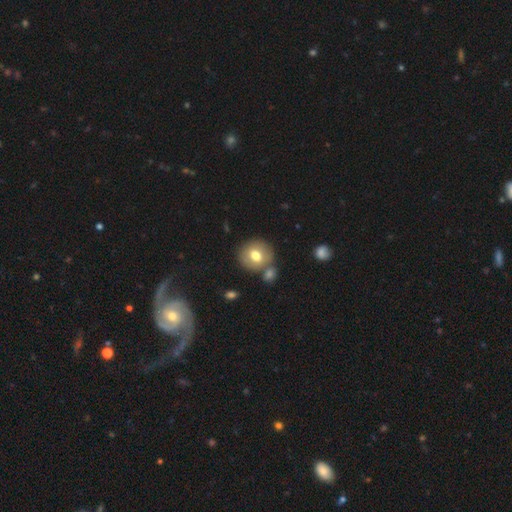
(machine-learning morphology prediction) Overall: smooth (70%). How rounded: round (85%). Merging: none (70%).